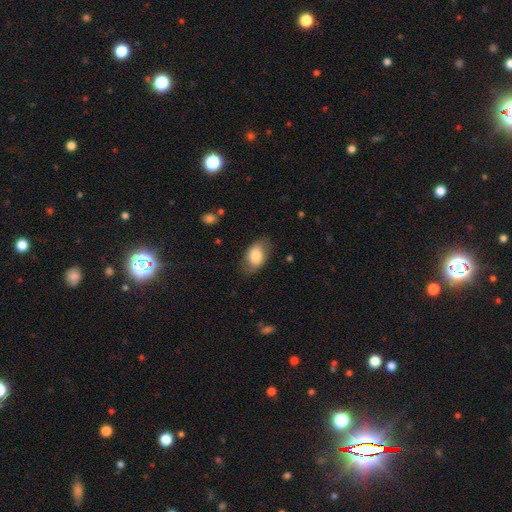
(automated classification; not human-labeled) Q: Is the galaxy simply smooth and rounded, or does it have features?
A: smooth — 73%.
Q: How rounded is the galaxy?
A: in between — 88%.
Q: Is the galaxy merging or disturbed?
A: none — 72%.